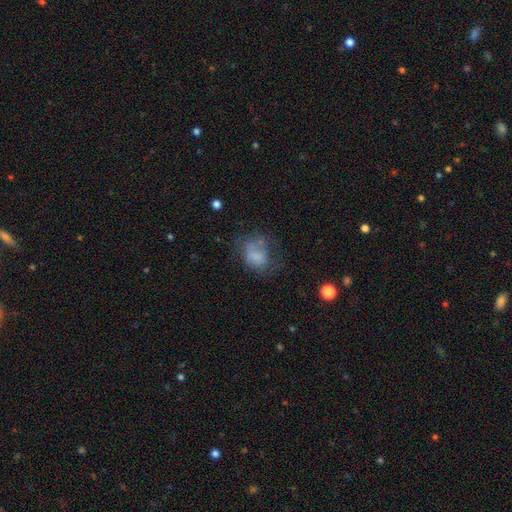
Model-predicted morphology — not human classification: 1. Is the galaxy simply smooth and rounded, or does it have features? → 57% smooth, 30% featured or disk, 14% star or artifact.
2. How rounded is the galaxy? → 53% in between, 46% round, 1% cigar-shaped.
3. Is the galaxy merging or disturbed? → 36% major disturbance, 32% none, 24% minor disturbance, 8% merger.